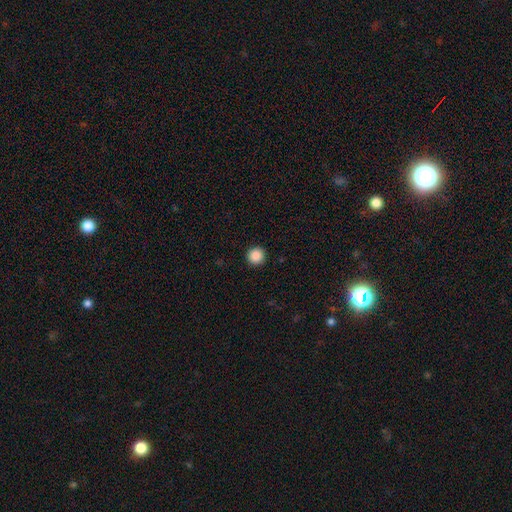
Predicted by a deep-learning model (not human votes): A smooth galaxy with no disk features (88%) that is round (96%).

Vote fractions:
- Smooth or featured? smooth: 88% / star or artifact: 9% / featured or disk: 2%
- How rounded? round: 96% / in between: 3% / cigar-shaped: 1%
- Merging? none: 93% / minor disturbance: 4% / major disturbance: 2% / merger: 1%